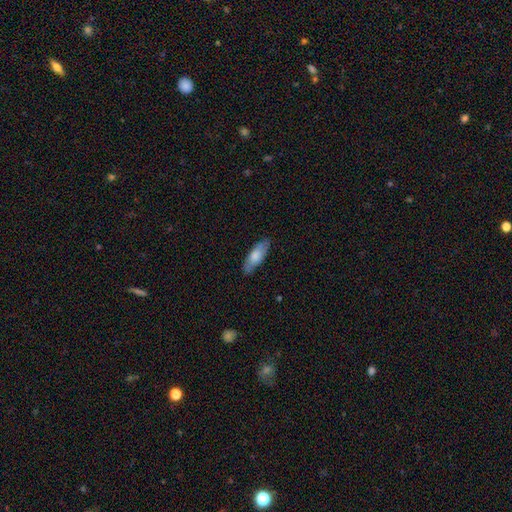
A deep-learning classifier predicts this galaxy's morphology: smooth_or_featured: smooth (p=0.72) [alt: featured or disk p=0.23]
how_rounded: in between (p=0.64) [alt: cigar-shaped p=0.35]
merging: none (p=0.80) [alt: minor disturbance p=0.16]